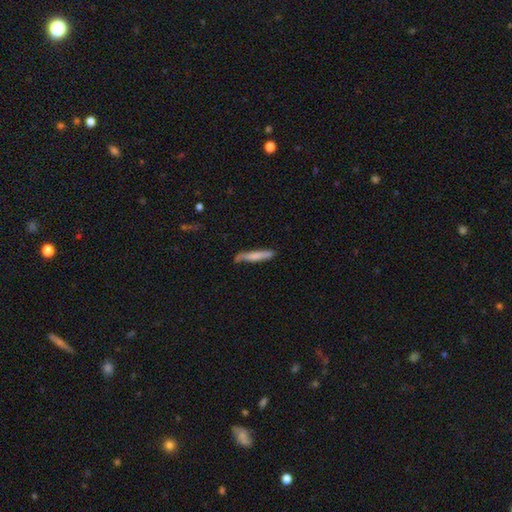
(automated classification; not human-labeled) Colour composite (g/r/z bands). It shows a smooth galaxy with no disk features (65%) that is cigar-shaped (93%). Merging: none (74%).